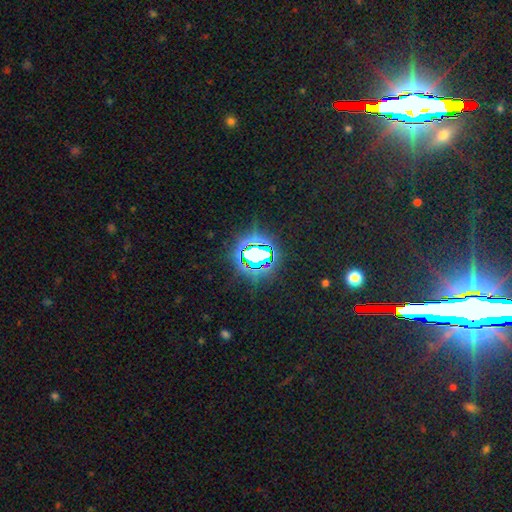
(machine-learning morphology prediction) This is likely a star or artifact rather than a galaxy (77%).